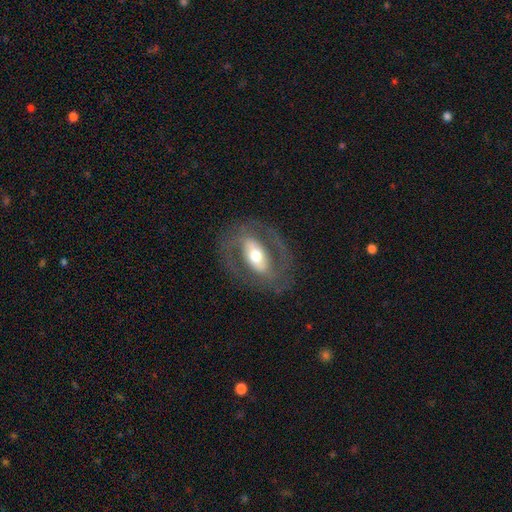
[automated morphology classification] type=featured or disk (76%); edge-on=no (92%); bar=strong (50%); spiral arms=yes (68%); bulge=moderate (64%); merging=none (78%).